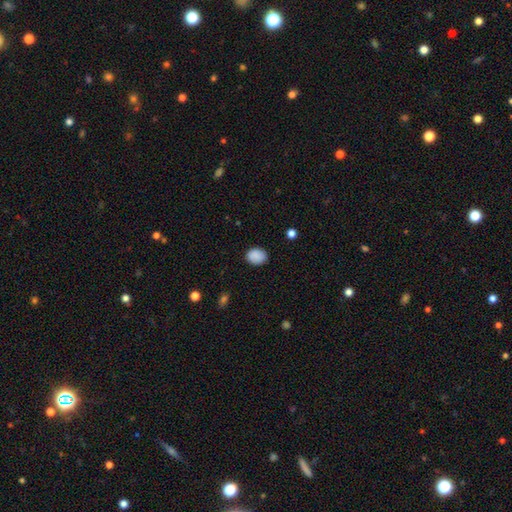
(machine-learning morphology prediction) This is clearly a smooth galaxy (89%). How rounded: possibly in between (52%). Merging: clearly none (85%).